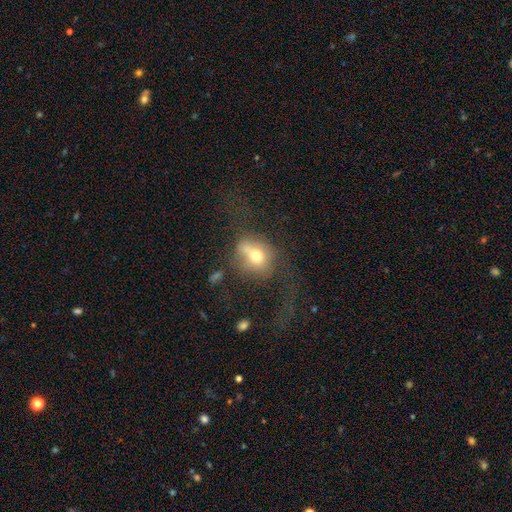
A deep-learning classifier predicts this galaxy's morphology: Smooth or featured? smooth (62%)
How rounded? round (57%)
Merging? none (41%)